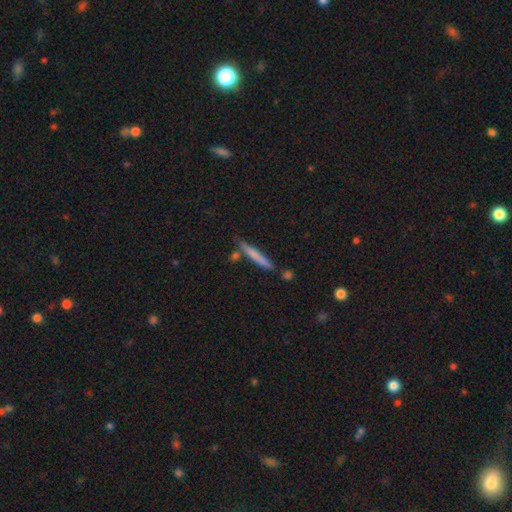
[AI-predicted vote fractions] Smooth or featured? smooth (67%)
How rounded? cigar-shaped (95%)
Merging? none (78%)